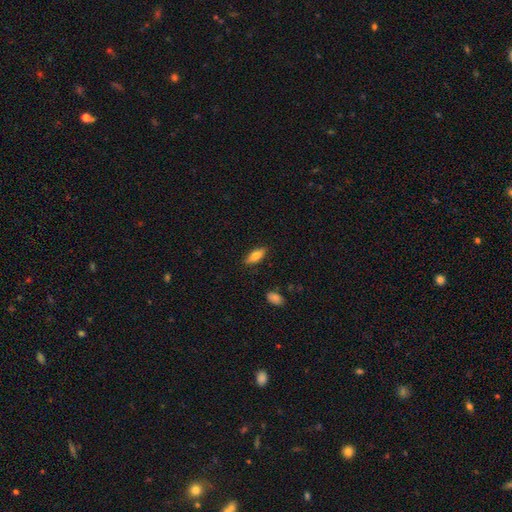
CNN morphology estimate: This is likely a smooth galaxy (68%). How rounded: likely in between (67%). Merging: clearly none (86%).